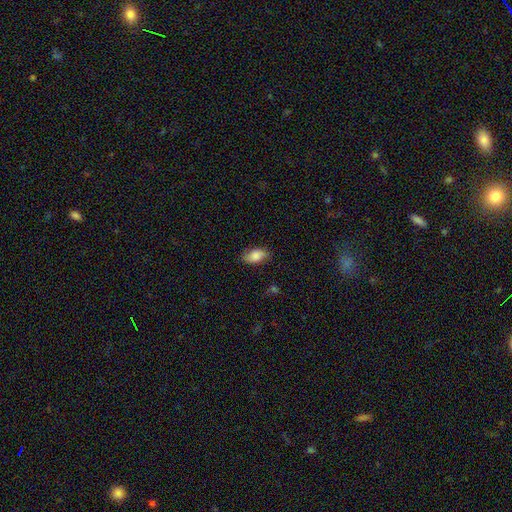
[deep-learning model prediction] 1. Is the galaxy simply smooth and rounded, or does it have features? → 84% smooth, 9% featured or disk, 8% star or artifact.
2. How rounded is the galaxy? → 91% in between, 6% round, 3% cigar-shaped.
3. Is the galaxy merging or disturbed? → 78% none, 17% minor disturbance, 4% major disturbance, 1% merger.